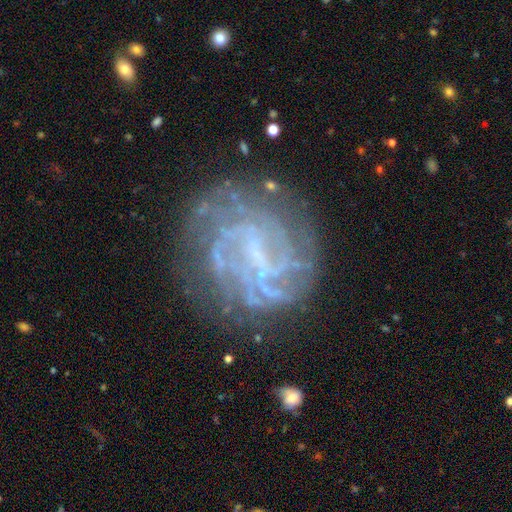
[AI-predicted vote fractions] Q: Smooth or featured?
A: featured or disk (81%); runner-up: star or artifact (9%)
Q: Edge-on disk?
A: no (98%); runner-up: yes (2%)
Q: Bar?
A: weak (48%); runner-up: no (27%)
Q: Spiral arms?
A: yes (85%); runner-up: no (15%)
Q: Spiral winding?
A: tight (60%); runner-up: medium (29%)
Q: Spiral arm count?
A: can't tell (43%); runner-up: 4 (14%)
Q: Bulge size?
A: none (48%); runner-up: small (40%)
Q: Merging?
A: none (72%); runner-up: minor disturbance (15%)